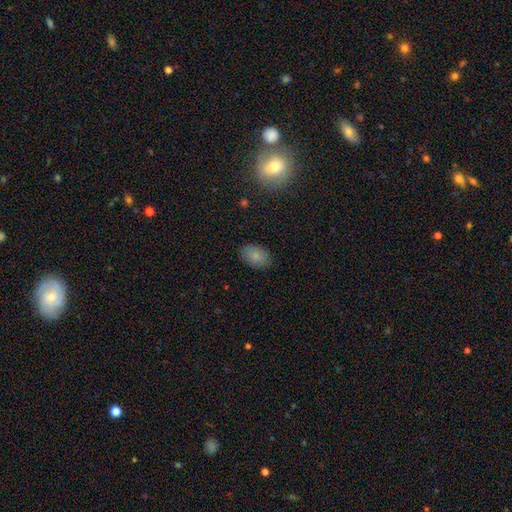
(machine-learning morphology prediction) The model was most divided on "how rounded": in between: 86%, round: 13%, cigar-shaped: 1%. More confident: merging — none (86%); smooth or featured — smooth (83%).